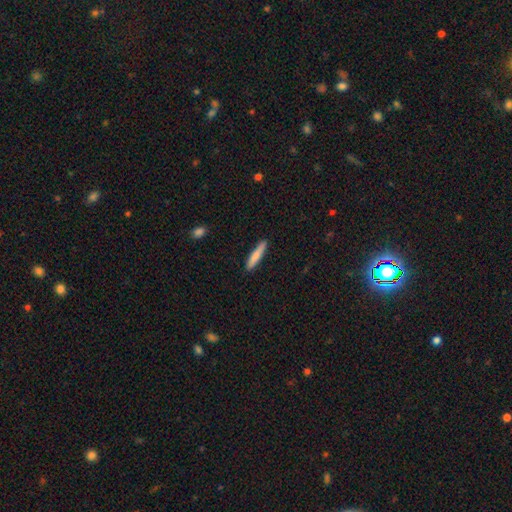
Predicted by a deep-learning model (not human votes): smooth 81%, featured or disk 14%, star or artifact 6%. Down the decision tree: how rounded — cigar-shaped (91%); merging — none (90%).